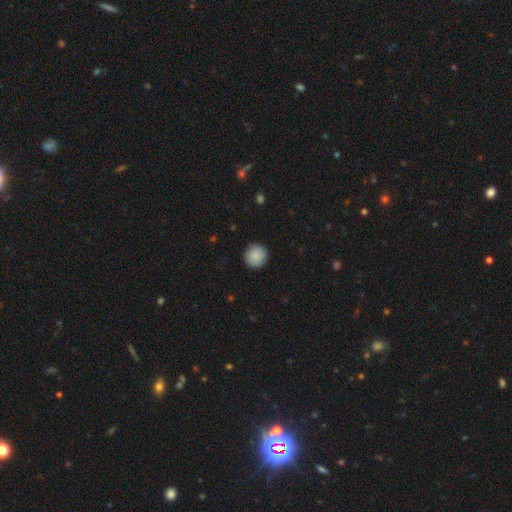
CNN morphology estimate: Smooth or featured: smooth — 89% (star or artifact — 7%)
How rounded: round — 94% (in between — 5%)
Merging: none — 90% (minor disturbance — 7%)